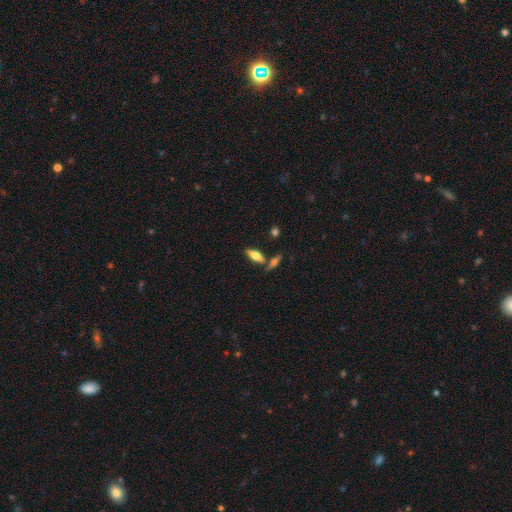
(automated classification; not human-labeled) Overall: smooth (59%; featured or disk 34%). How rounded: in between (67%; cigar-shaped 30%). Merging: none (66%).